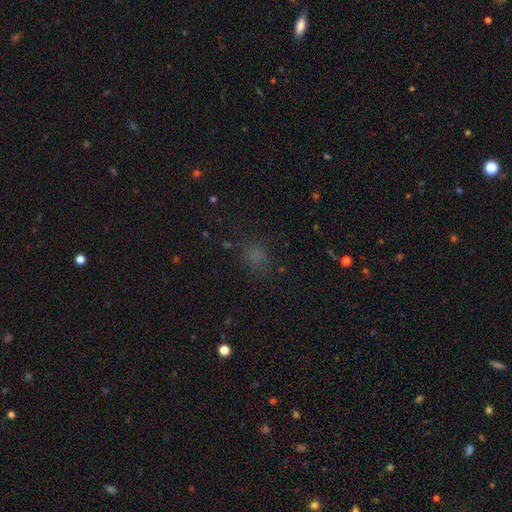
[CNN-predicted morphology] Q: Smooth or featured?
A: smooth (66%); runner-up: star or artifact (26%)
Q: How rounded?
A: round (57%); runner-up: in between (41%)
Q: Merging?
A: none (75%); runner-up: minor disturbance (15%)